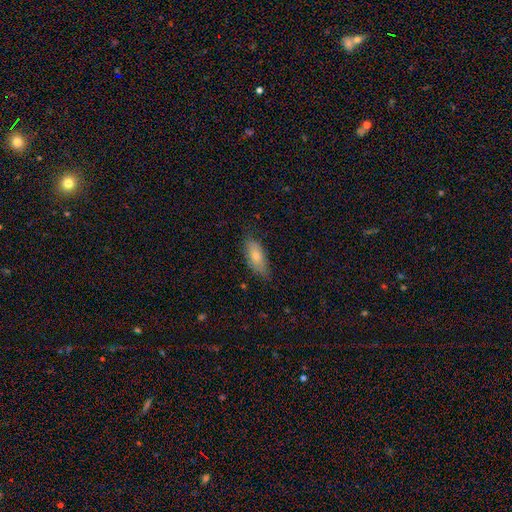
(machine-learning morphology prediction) Overall: smooth (66%). How rounded: in between (72%). Merging: none (74%).